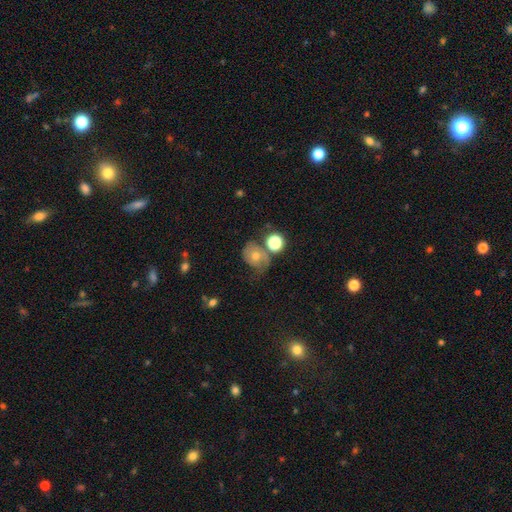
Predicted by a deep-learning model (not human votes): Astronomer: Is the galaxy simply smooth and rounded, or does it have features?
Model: featured or disk — 44% (runner-up: smooth, 43%).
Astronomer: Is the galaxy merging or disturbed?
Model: none — 43% (runner-up: minor disturbance, 24%).